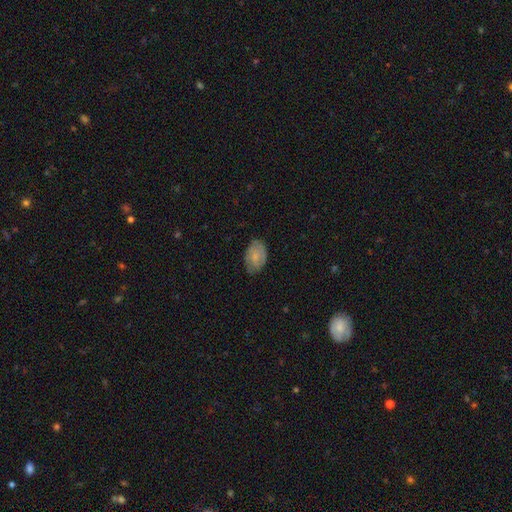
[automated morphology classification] smooth-or-featured: smooth: 61% | featured or disk: 32% | star or artifact: 7%
  how-rounded: in between: 87% | round: 12% | cigar-shaped: 1%
  merging: none: 72% | minor disturbance: 22% | major disturbance: 5% | merger: 1%